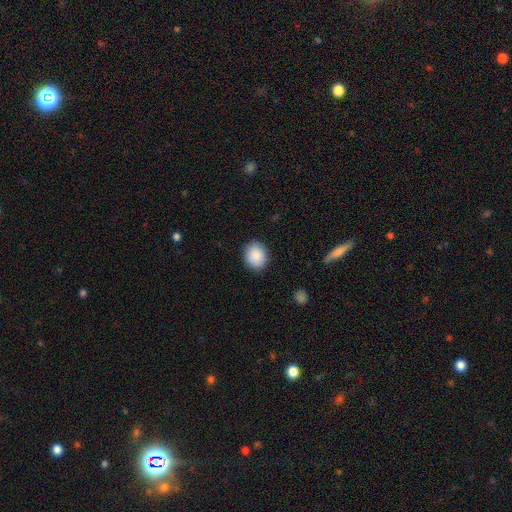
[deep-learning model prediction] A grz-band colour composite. It shows a smooth galaxy with no disk features (88%) that is round (64%). Merging: none (89%).